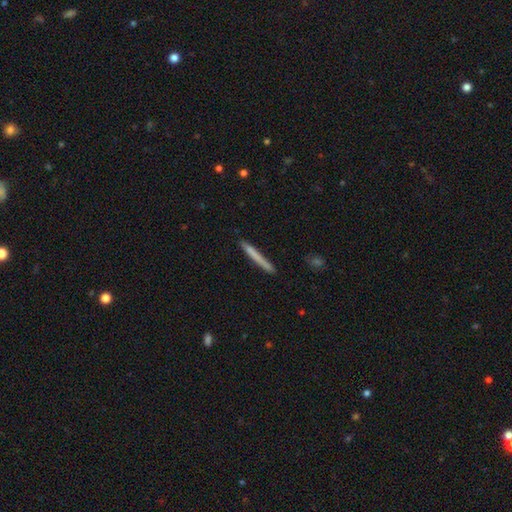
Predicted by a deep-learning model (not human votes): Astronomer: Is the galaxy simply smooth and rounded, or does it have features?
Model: smooth — 68%.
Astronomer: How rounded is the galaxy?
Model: cigar-shaped — 97%.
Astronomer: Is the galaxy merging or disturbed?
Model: none — 88%.